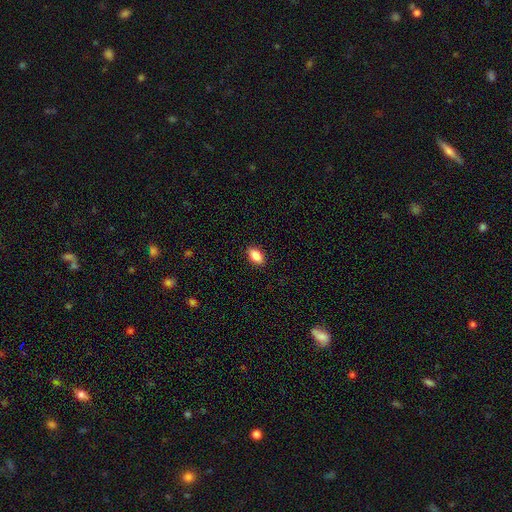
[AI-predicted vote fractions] A smooth galaxy with no disk features (88%) that is in between round and cigar-shaped (91%). Merging: none (89%).